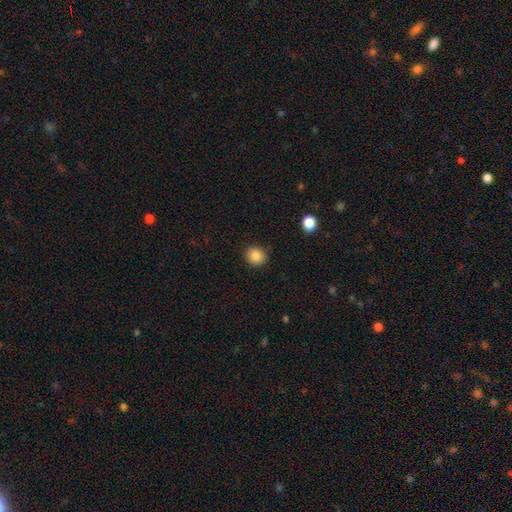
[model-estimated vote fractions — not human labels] smooth 87%, star or artifact 10%, featured or disk 3%. Down the decision tree: how rounded — round (81%); merging — none (89%).